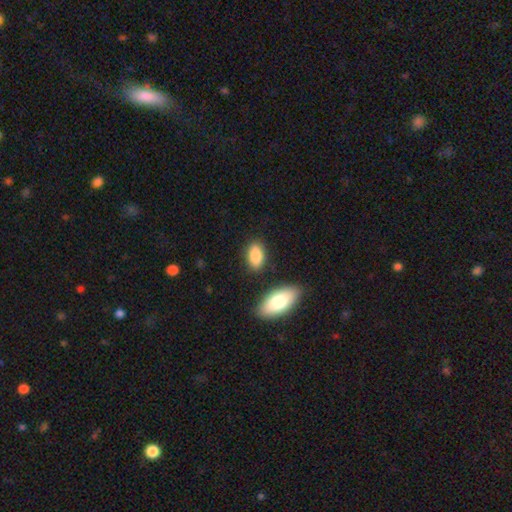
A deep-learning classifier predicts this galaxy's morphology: The model was most divided on "merging": none: 80%, minor disturbance: 12%, merger: 5%, major disturbance: 3%. More confident: how rounded — in between (91%); smooth or featured — smooth (86%).